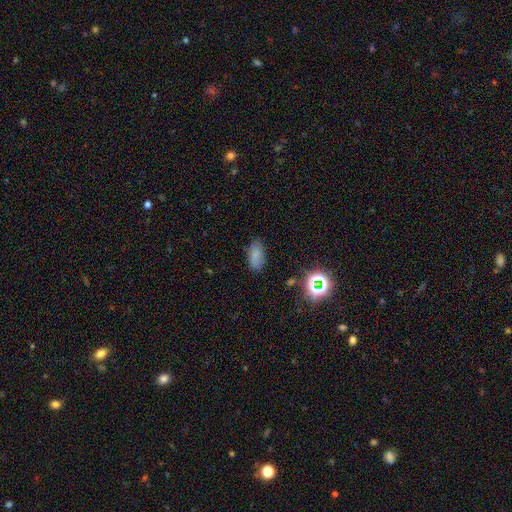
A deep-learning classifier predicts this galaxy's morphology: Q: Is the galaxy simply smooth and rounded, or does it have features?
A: smooth — 77%.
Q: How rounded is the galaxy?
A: in between — 91%.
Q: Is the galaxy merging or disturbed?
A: none — 79%.